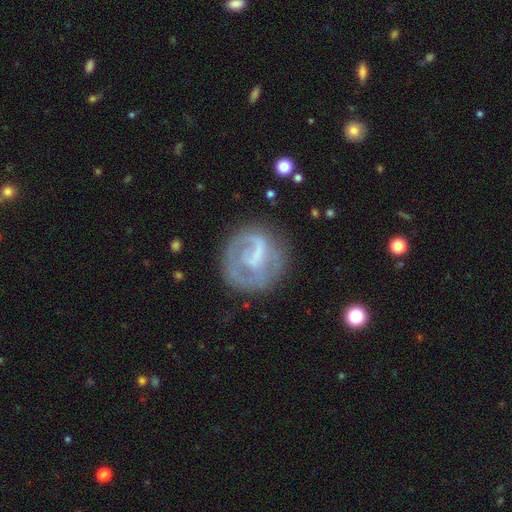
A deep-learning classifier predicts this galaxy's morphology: The model was most divided on "bar": no: 42%, weak: 38%, strong: 21%. More confident: edge-on disk — no (97%); smooth or featured — featured or disk (65%); spiral arms — yes (60%); merging — none (56%); bulge size — none (52%).